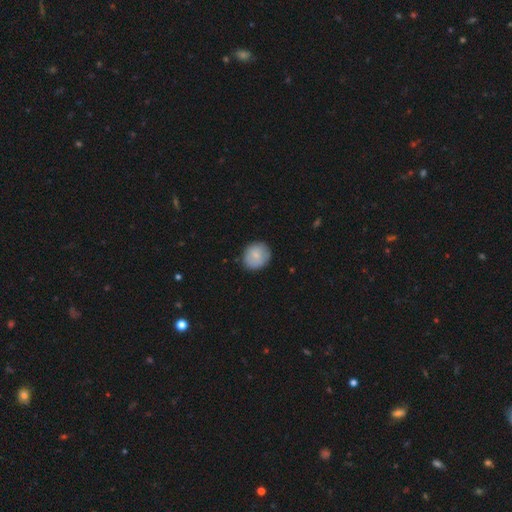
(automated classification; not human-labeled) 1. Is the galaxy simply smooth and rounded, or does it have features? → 81% smooth, 13% featured or disk, 6% star or artifact.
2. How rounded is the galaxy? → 84% round, 15% in between, 1% cigar-shaped.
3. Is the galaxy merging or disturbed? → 85% none, 11% minor disturbance, 2% major disturbance, 1% merger.